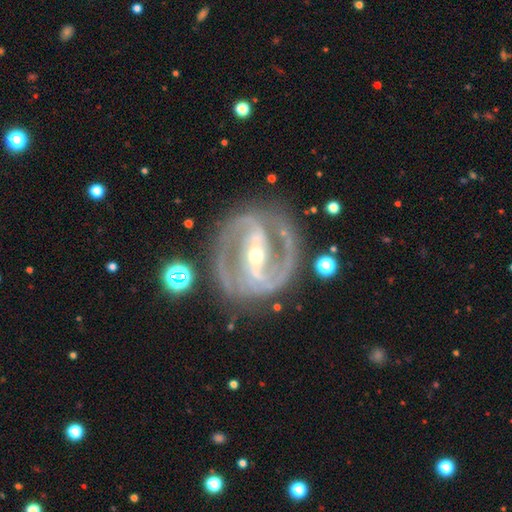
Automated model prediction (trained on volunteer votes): Smooth or featured?
  - featured or disk: 91% *
  - star or artifact: 5%
  - smooth: 4%
Edge-on disk?
  - no: 97% *
  - yes: 3%
Bar?
  - strong: 74% *
  - weak: 18%
  - no: 8%
Spiral arms?
  - yes: 96% *
  - no: 4%
Spiral winding?
  - medium: 49% *
  - tight: 42%
  - loose: 8%
Spiral arm count?
  - 2: 89% *
  - 3: 4%
  - can't tell: 3%
  - 1: 2%
  - 4: 1%
  - more than 4: 1%
Bulge size?
  - small: 61% *
  - moderate: 35%
  - large: 2%
  - none: 1%
  - dominant: 1%
Merging?
  - none: 80% *
  - minor disturbance: 12%
  - major disturbance: 6%
  - merger: 2%